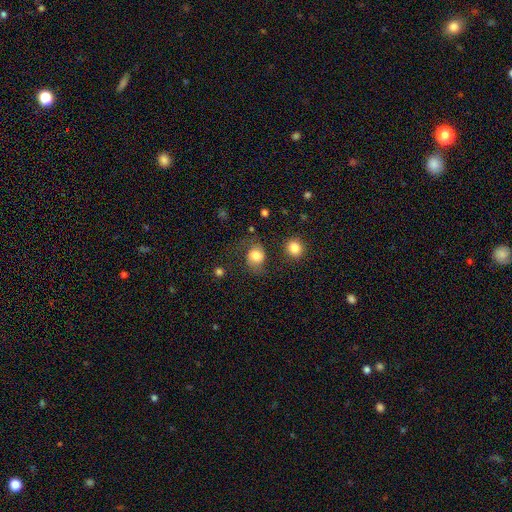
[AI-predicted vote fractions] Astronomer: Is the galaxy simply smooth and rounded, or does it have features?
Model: smooth — 66%.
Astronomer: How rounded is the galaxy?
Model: round — 61% (runner-up: in between, 38%).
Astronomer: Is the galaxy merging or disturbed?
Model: none — 57%.